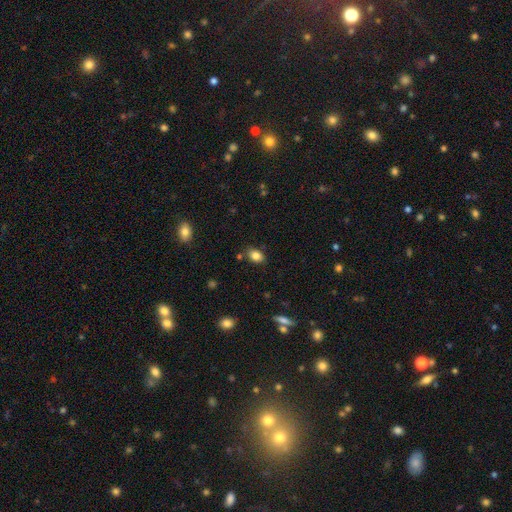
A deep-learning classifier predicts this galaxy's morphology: A smooth galaxy with no disk features (83%) that is in between round and cigar-shaped (74%).

Vote fractions:
- Smooth or featured? smooth: 83% / star or artifact: 10% / featured or disk: 7%
- How rounded? in between: 74% / round: 25% / cigar-shaped: 1%
- Merging? none: 81% / minor disturbance: 12% / merger: 4% / major disturbance: 3%